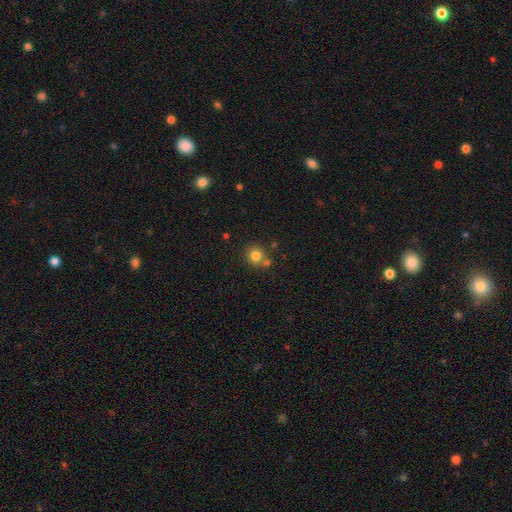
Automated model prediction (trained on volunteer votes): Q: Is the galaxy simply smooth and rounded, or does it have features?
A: smooth — 80%.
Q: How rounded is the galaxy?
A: round — 88%.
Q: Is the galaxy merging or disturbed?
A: none — 67%.